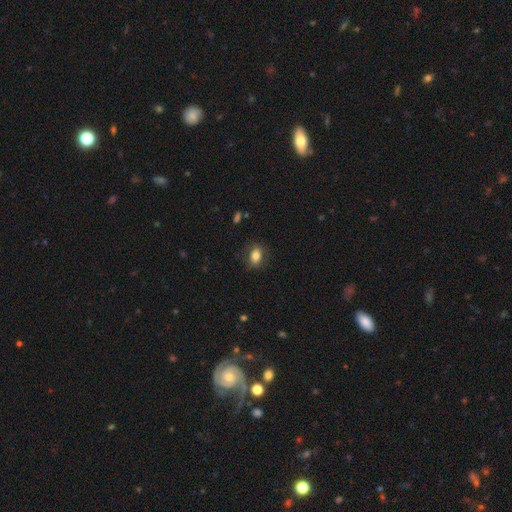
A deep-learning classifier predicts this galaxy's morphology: The model was most divided on "how rounded": in between: 77%, round: 21%, cigar-shaped: 2%. More confident: smooth or featured — smooth (79%); merging — none (79%).